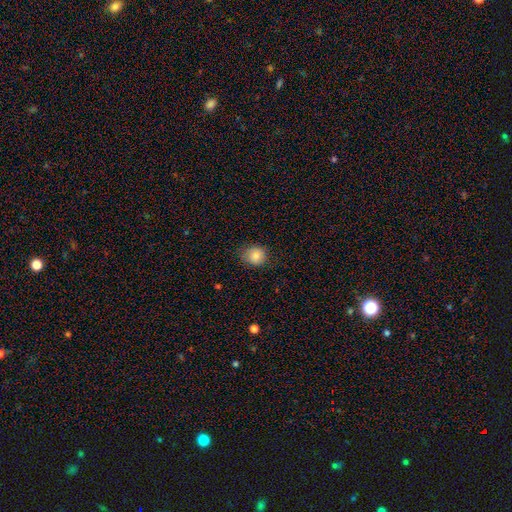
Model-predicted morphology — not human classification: This is clearly a smooth galaxy (83%). How rounded: likely round (78%). Merging: likely none (77%).